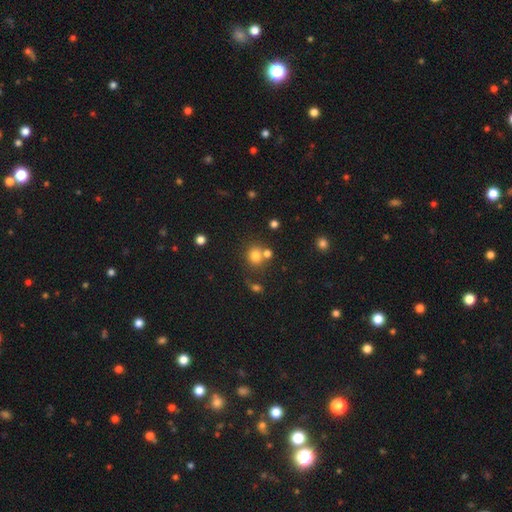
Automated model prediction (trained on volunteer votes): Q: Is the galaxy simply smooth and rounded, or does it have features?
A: smooth — 77%.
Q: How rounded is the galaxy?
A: round — 82%.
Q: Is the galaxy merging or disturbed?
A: none — 58%.